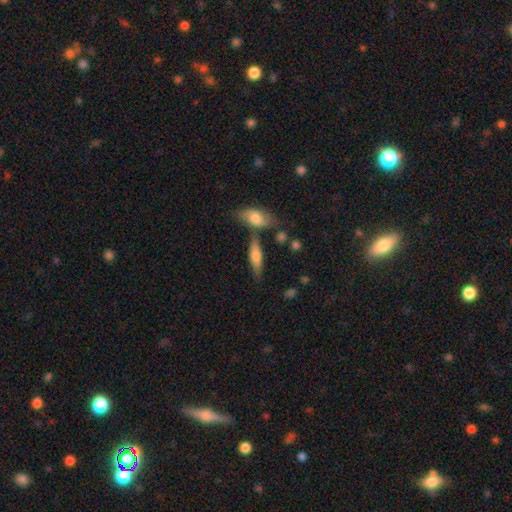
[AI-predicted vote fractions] Smooth or featured? smooth (67%)
How rounded? cigar-shaped (53%)
Merging? none (65%)